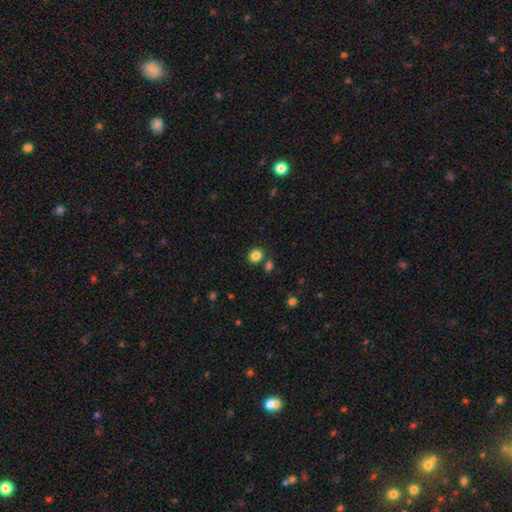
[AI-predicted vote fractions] Morphology: type=smooth (84%); roundness=round (68%); merging=none (78%).